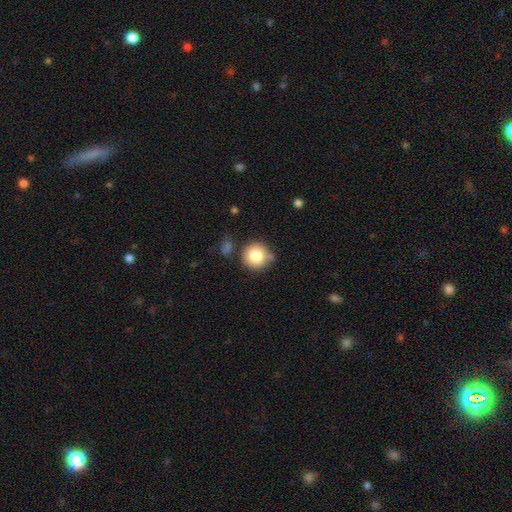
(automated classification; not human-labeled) smooth_or_featured: smooth (p=0.82) [alt: featured or disk p=0.10]
how_rounded: round (p=0.94) [alt: in between p=0.05]
merging: none (p=0.75) [alt: minor disturbance p=0.12]